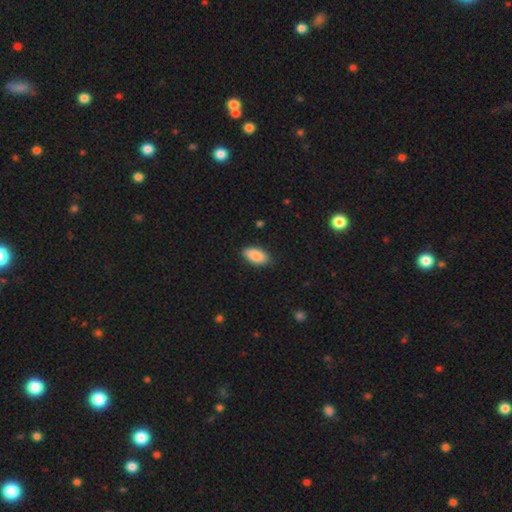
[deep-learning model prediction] A smooth galaxy with no disk features (88%) that is in between round and cigar-shaped (93%). Merging: none (86%).